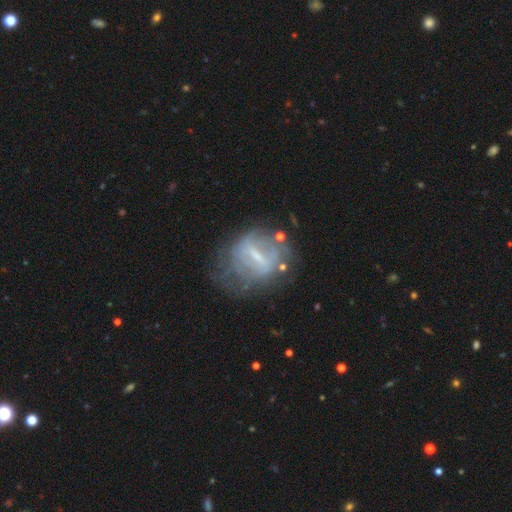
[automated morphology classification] A featured or disk galaxy (70%) with a strong bar (49%), no spiral arms (52%) and a small central bulge (56%). Merging: none (54%).